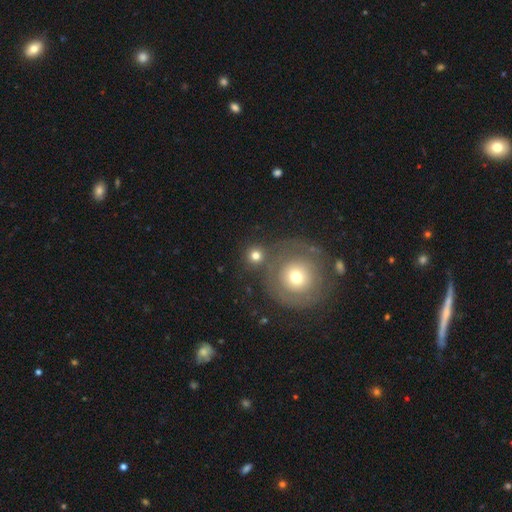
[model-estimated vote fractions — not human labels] This is likely a smooth galaxy (76%). How rounded: clearly round (93%). Merging: likely none (66%).